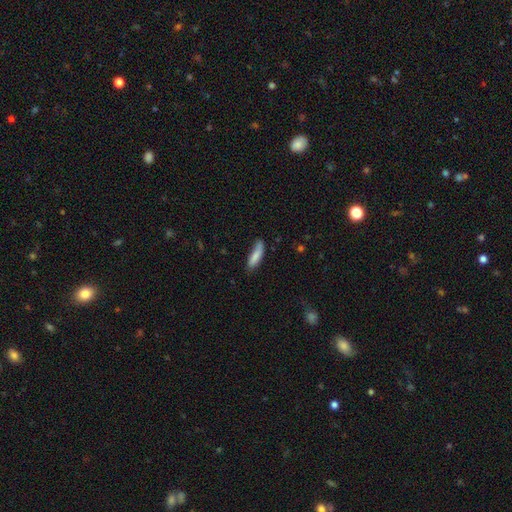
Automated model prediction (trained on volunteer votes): Morphology: type=smooth (81%); roundness=cigar-shaped (61%); merging=none (61%).